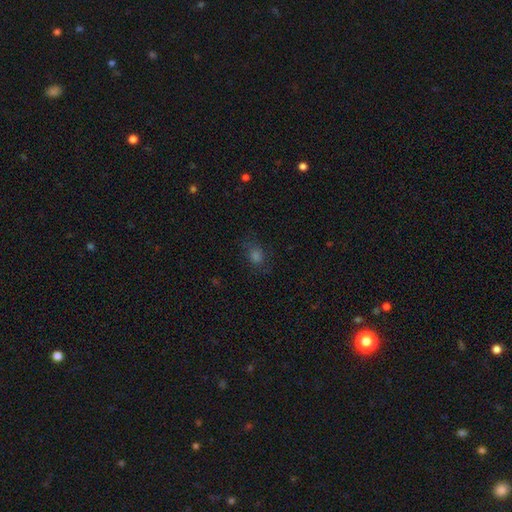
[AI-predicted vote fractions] A smooth galaxy with no disk features (52%) that is round (50%). Merging: none (74%).